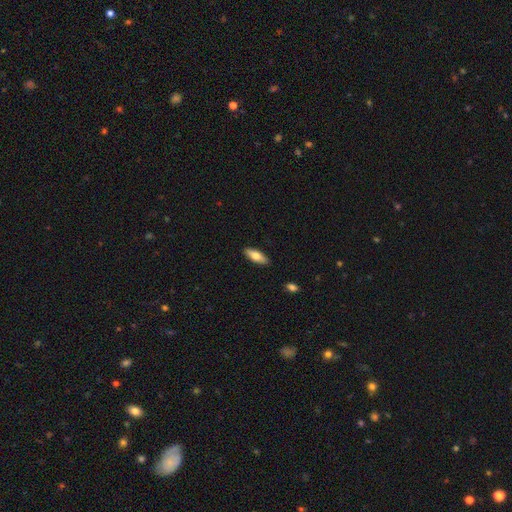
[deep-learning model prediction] This appears to be a smooth galaxy with no disk features (74%) that is in between round and cigar-shaped (68%). Merging: none (89%).